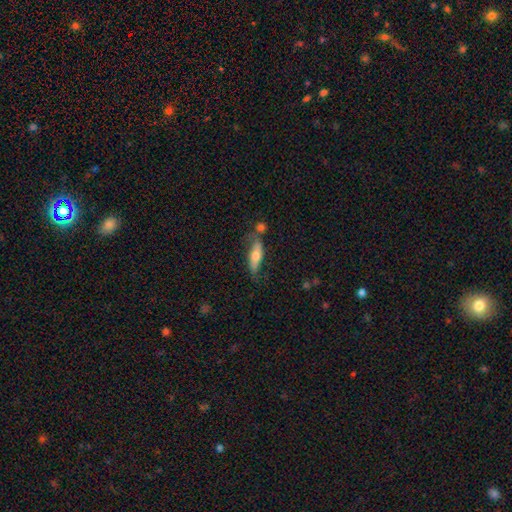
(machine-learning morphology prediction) type=smooth (54%); roundness=cigar-shaped (53%); merging=none (57%).